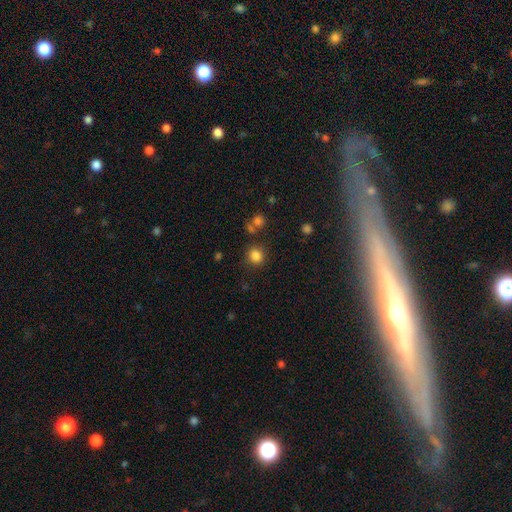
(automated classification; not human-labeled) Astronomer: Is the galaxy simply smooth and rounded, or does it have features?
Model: smooth — 83%.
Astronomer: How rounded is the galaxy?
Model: round — 81%.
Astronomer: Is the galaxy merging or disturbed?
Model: none — 81%.